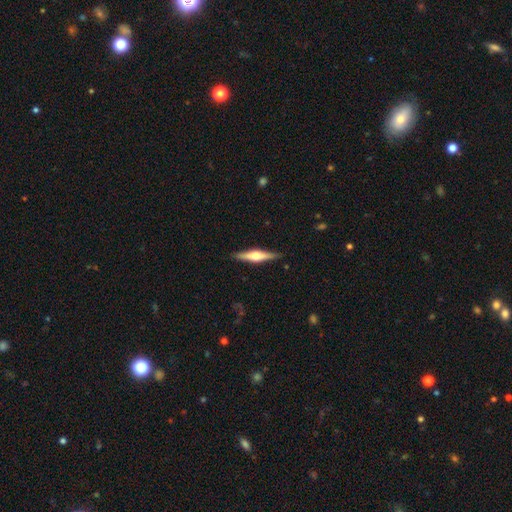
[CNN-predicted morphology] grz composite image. It shows a featured or disk galaxy (68%) viewed edge-on (97%) with a rounded central bulge (93%). Merging: none (89%).